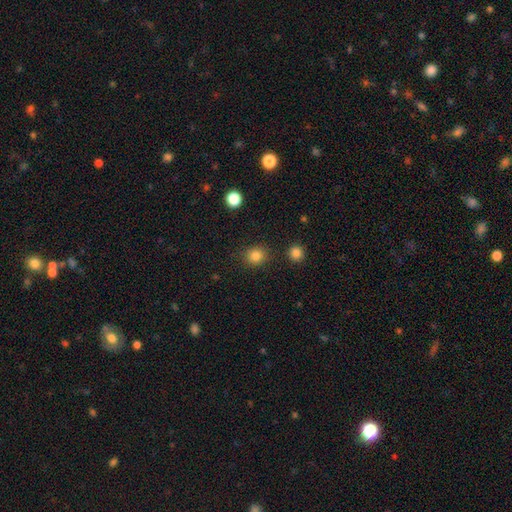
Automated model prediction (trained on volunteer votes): smooth_or_featured: smooth (p=0.84) [alt: star or artifact p=0.12]
how_rounded: round (p=0.82) [alt: in between p=0.17]
merging: none (p=0.87) [alt: minor disturbance p=0.08]